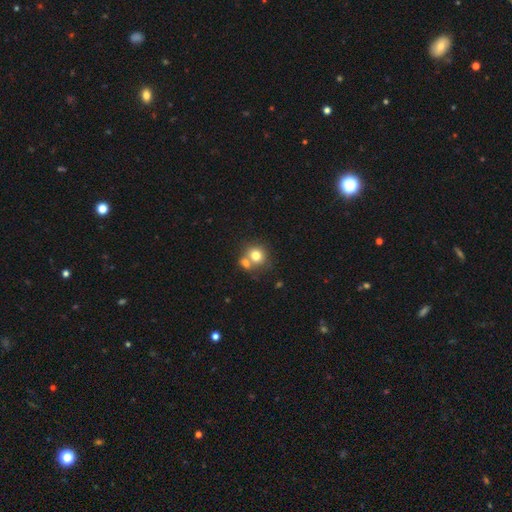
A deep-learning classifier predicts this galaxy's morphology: Smooth or featured? Predicted: smooth (p=0.77). How rounded? Predicted: round (p=0.81). Merging? Predicted: none (p=0.45).